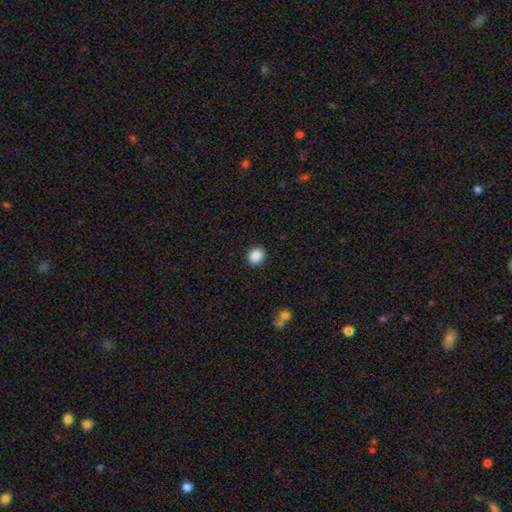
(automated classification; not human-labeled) A smooth galaxy with no disk features (88%) that is round (75%).

Vote fractions:
- Smooth or featured? smooth: 88% / star or artifact: 9% / featured or disk: 3%
- How rounded? round: 75% / in between: 24% / cigar-shaped: 1%
- Merging? none: 90% / minor disturbance: 6% / major disturbance: 2% / merger: 1%